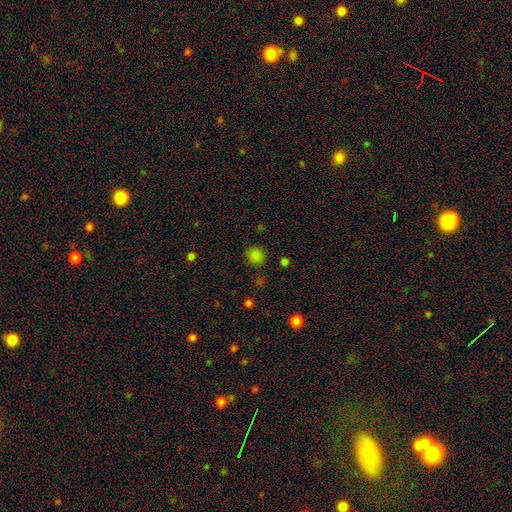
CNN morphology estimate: A smooth galaxy with no disk features (77%) that is round (82%). Merging: none (82%).